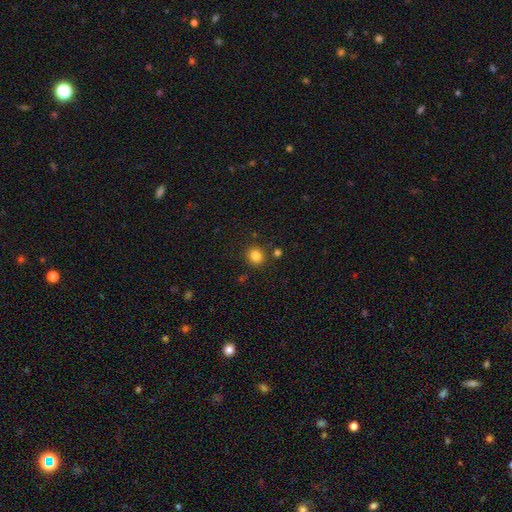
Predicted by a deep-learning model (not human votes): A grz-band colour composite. It shows a smooth galaxy with no disk features (83%) that is round (87%). Merging: none (86%).